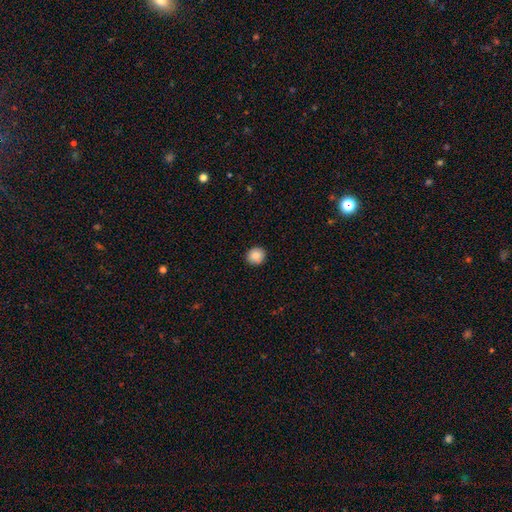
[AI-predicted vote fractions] Q: Smooth or featured?
A: smooth (88%); runner-up: star or artifact (8%)
Q: How rounded?
A: round (91%); runner-up: in between (8%)
Q: Merging?
A: none (92%); runner-up: minor disturbance (6%)